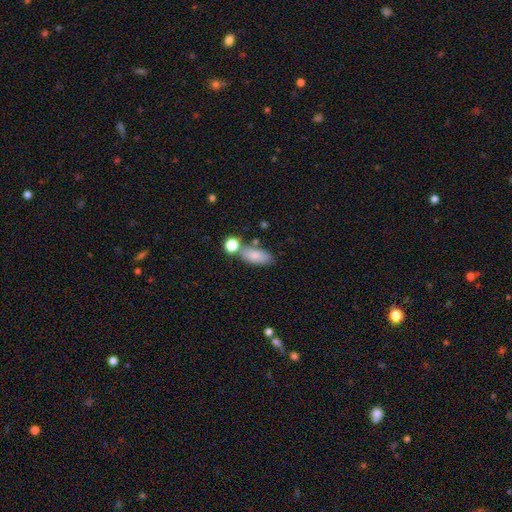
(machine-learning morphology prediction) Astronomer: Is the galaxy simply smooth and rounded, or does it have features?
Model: smooth — 82%.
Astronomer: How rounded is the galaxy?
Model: in between — 83%.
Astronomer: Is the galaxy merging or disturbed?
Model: none — 61%.